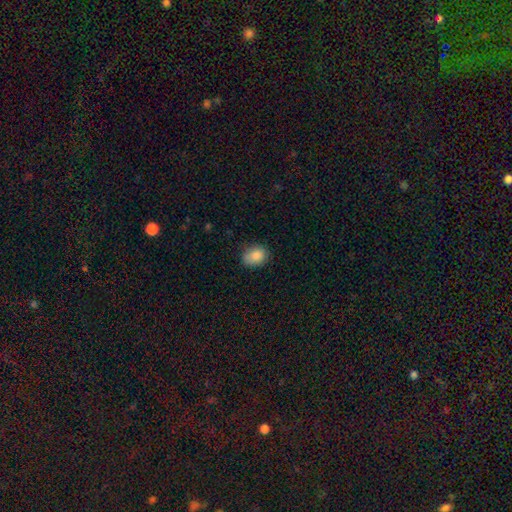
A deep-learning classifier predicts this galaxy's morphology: The model was most divided on "how rounded": in between: 58%, round: 41%, cigar-shaped: 1%. More confident: smooth or featured — smooth (86%); merging — none (70%).